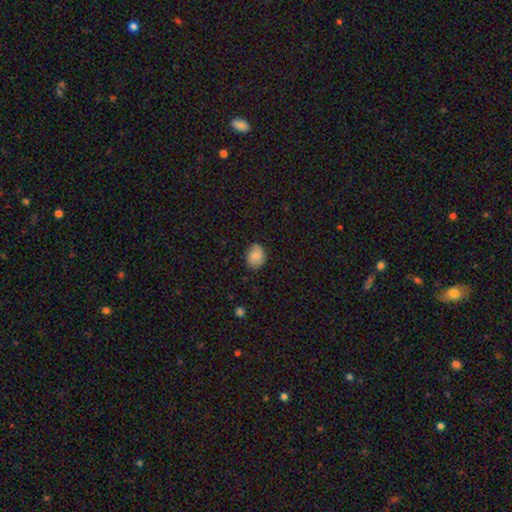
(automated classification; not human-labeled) smooth 82%, featured or disk 10%, star or artifact 8%. Down the decision tree: how rounded — in between (55%); merging — none (79%).